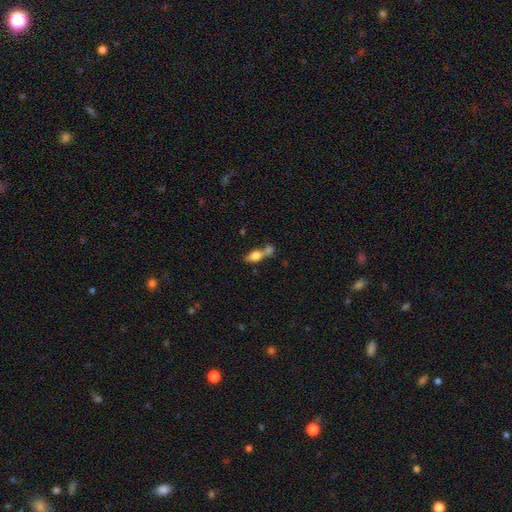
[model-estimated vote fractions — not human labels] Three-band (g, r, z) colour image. It shows a smooth galaxy with no disk features (66%) that is in between round and cigar-shaped (69%). Merging: merger (53%).